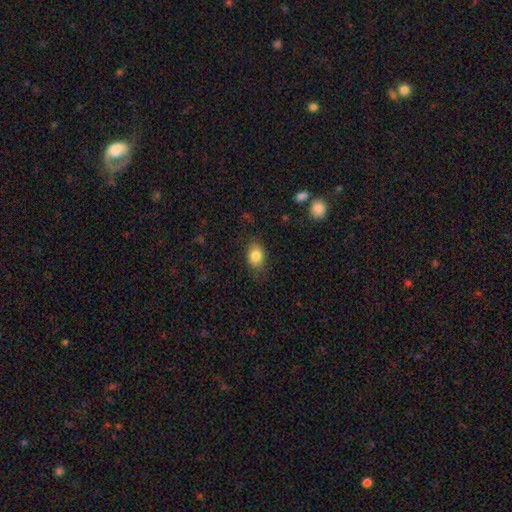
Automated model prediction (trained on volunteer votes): Smooth or featured? smooth (84%)
How rounded? in between (71%)
Merging? none (78%)